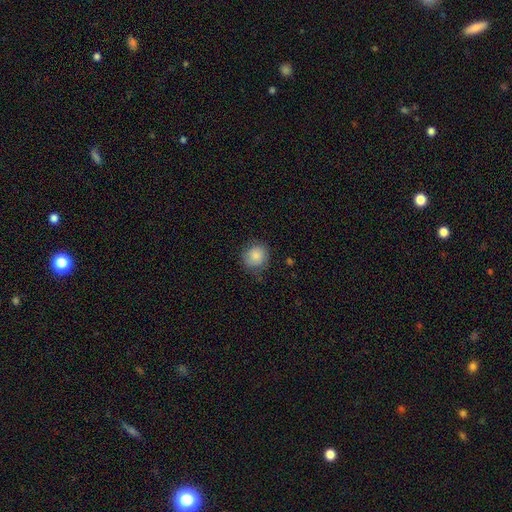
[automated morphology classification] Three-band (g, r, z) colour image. It shows a smooth galaxy with no disk features (85%) that is round (87%). Merging: none (77%).